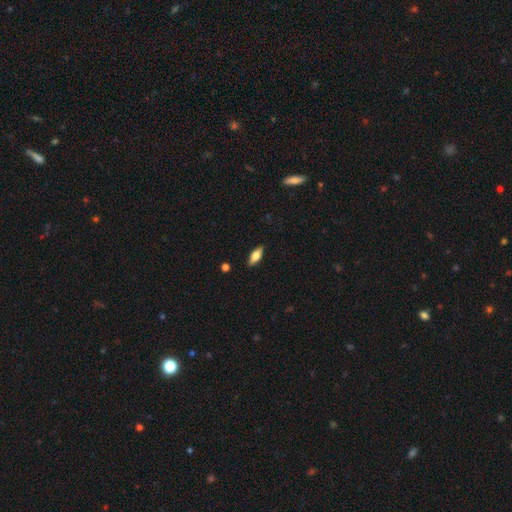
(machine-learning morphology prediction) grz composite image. It shows a smooth galaxy with no disk features (61%) that is in between round and cigar-shaped (72%). Merging: none (88%).